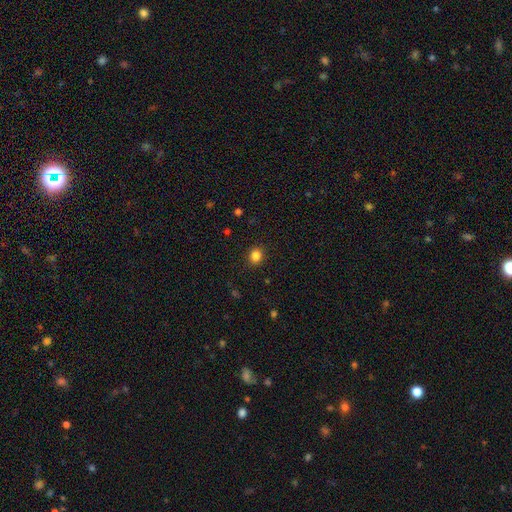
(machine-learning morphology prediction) This is clearly a smooth galaxy (85%). How rounded: likely round (72%). Merging: clearly none (89%).